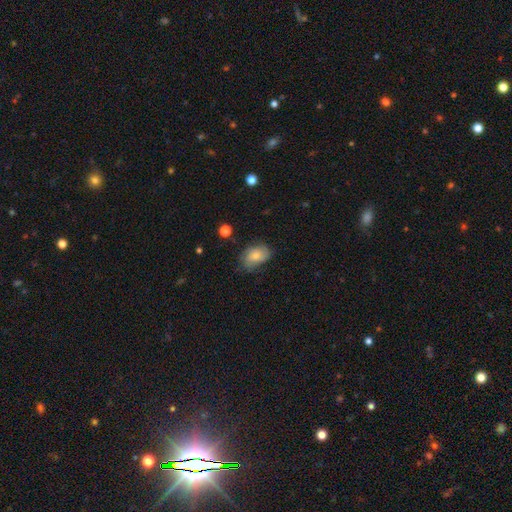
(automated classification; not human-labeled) smooth-or-featured: smooth: 61% | featured or disk: 31% | star or artifact: 8%
  how-rounded: in between: 78% | round: 21% | cigar-shaped: 1%
  merging: none: 62% | minor disturbance: 28% | major disturbance: 9% | merger: 2%